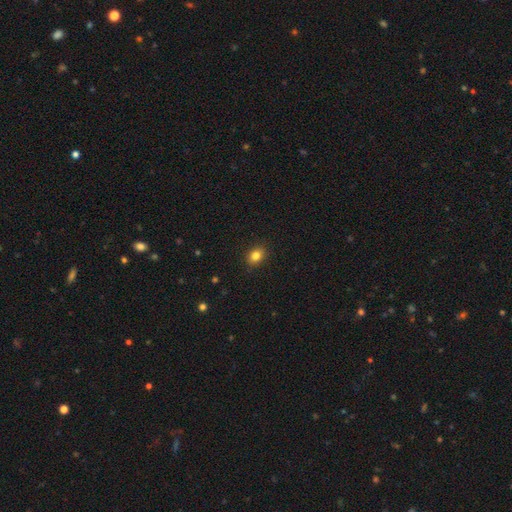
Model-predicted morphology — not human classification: A smooth galaxy with no disk features (82%) that is in between round and cigar-shaped (54%). Merging: none (89%).